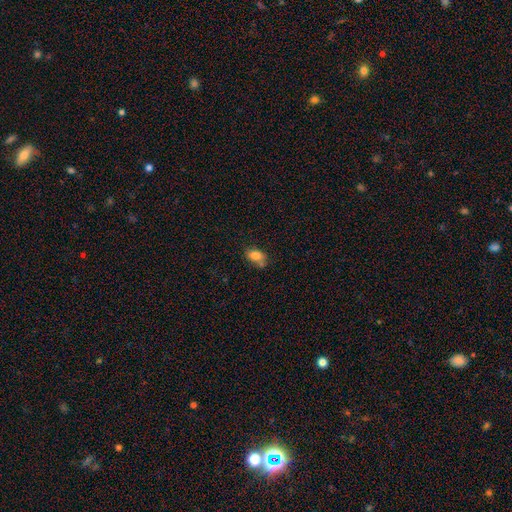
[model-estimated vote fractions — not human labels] smooth_or_featured: smooth (p=0.79) [alt: featured or disk p=0.12]
how_rounded: in between (p=0.79) [alt: round p=0.19]
merging: none (p=0.51) [alt: minor disturbance p=0.25]